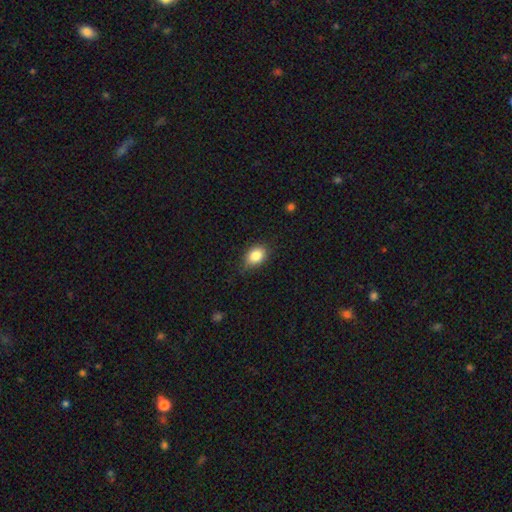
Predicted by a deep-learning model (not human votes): smooth 84%, star or artifact 9%, featured or disk 8%. Down the decision tree: how rounded — in between (74%); merging — none (76%).